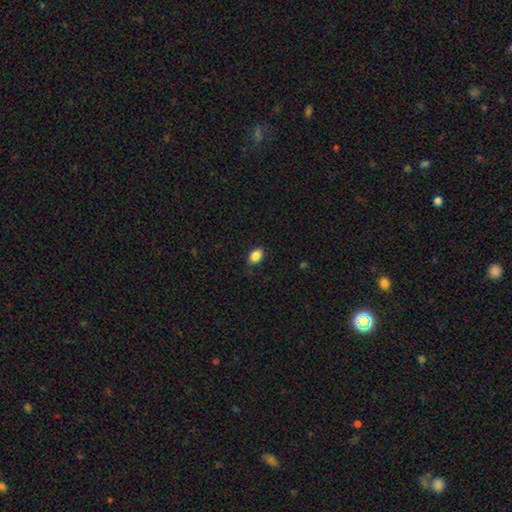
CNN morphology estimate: smooth 86%, star or artifact 9%, featured or disk 5%. Down the decision tree: how rounded — in between (85%); merging — none (86%).